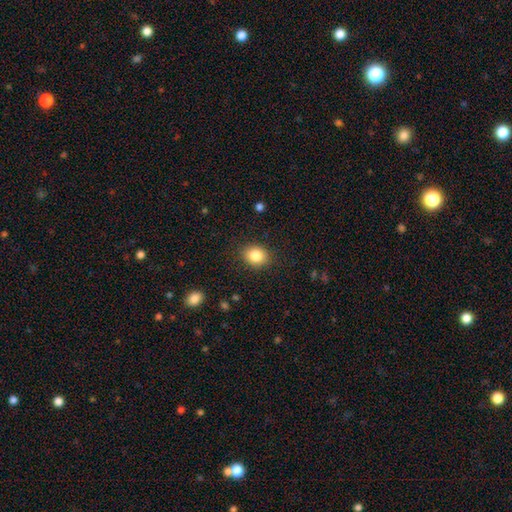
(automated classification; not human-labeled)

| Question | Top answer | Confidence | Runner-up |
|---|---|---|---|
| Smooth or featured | smooth | 84% | star or artifact (10%) |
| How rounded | round | 59% | in between (40%) |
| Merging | none | 88% | minor disturbance (8%) |